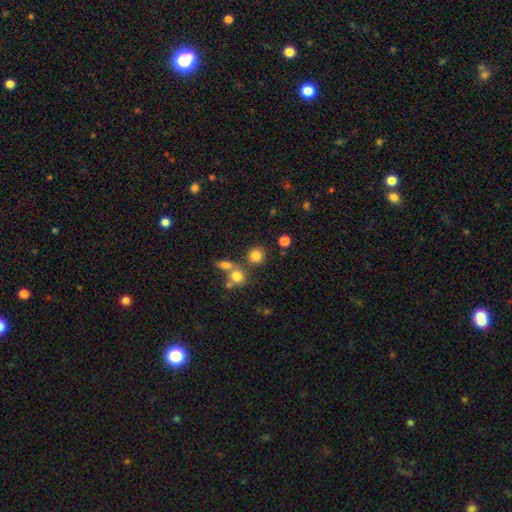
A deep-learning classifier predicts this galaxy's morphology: A smooth galaxy with no disk features (80%) that is round (88%).

Vote fractions:
- Smooth or featured? smooth: 80% / star or artifact: 13% / featured or disk: 7%
- How rounded? round: 88% / in between: 11% / cigar-shaped: 1%
- Merging? none: 71% / merger: 17% / minor disturbance: 9% / major disturbance: 4%